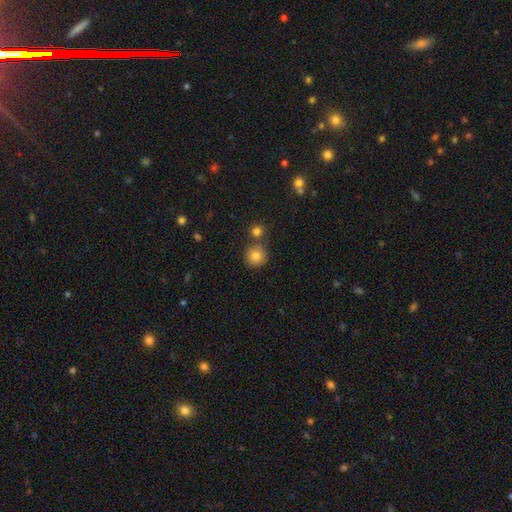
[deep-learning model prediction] This appears to be a smooth galaxy with no disk features (81%) that is round (92%). Merging: none (72%).